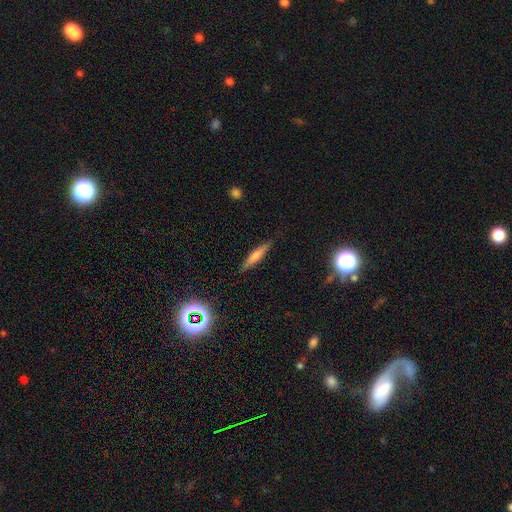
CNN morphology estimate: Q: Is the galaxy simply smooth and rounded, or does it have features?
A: smooth — 59%.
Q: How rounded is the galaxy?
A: cigar-shaped — 88%.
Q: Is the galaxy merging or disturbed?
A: none — 88%.